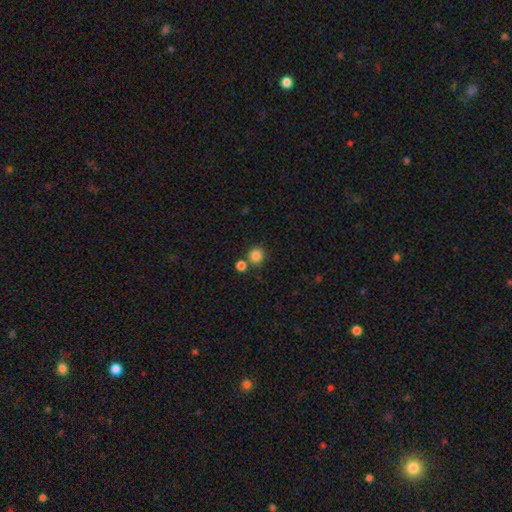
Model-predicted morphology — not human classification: The model was most divided on "merging": none: 73%, merger: 16%, minor disturbance: 7%, major disturbance: 3%. More confident: how rounded — round (91%); smooth or featured — smooth (84%).